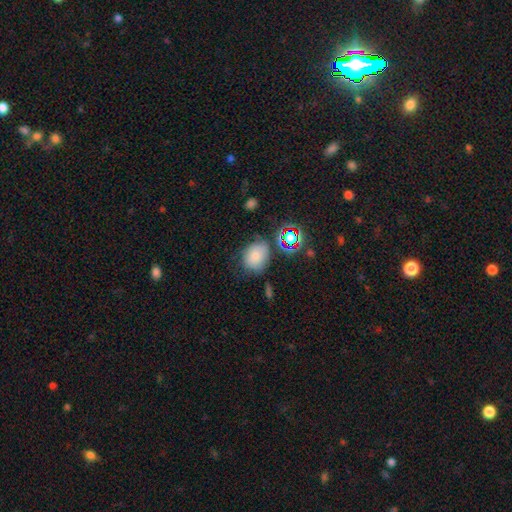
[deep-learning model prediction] Smooth or featured?
  - smooth: 72% *
  - star or artifact: 17%
  - featured or disk: 11%
How rounded?
  - round: 52% *
  - in between: 47%
  - cigar-shaped: 1%
Merging?
  - none: 61% *
  - minor disturbance: 24%
  - major disturbance: 9%
  - merger: 7%